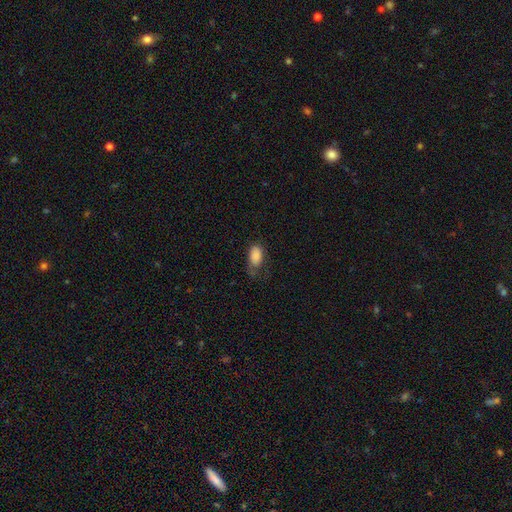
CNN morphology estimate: smooth-or-featured: smooth: 85% | star or artifact: 8% | featured or disk: 7%
  how-rounded: in between: 92% | round: 5% | cigar-shaped: 2%
  merging: none: 48% | minor disturbance: 31% | major disturbance: 19% | merger: 2%